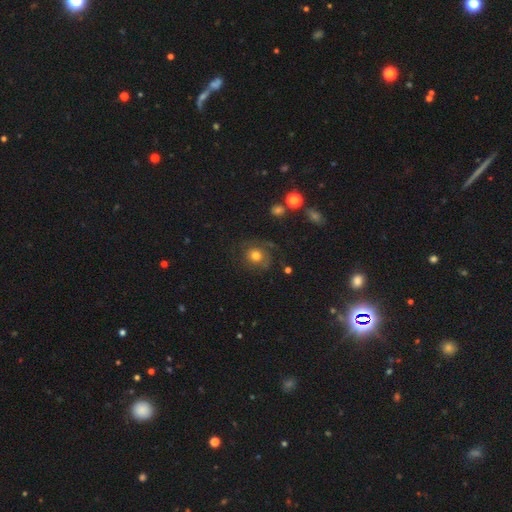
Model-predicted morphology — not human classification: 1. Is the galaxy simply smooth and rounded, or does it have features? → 58% smooth, 28% featured or disk, 14% star or artifact.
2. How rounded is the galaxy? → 82% round, 17% in between, 1% cigar-shaped.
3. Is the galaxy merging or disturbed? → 65% none, 18% minor disturbance, 14% major disturbance, 2% merger.